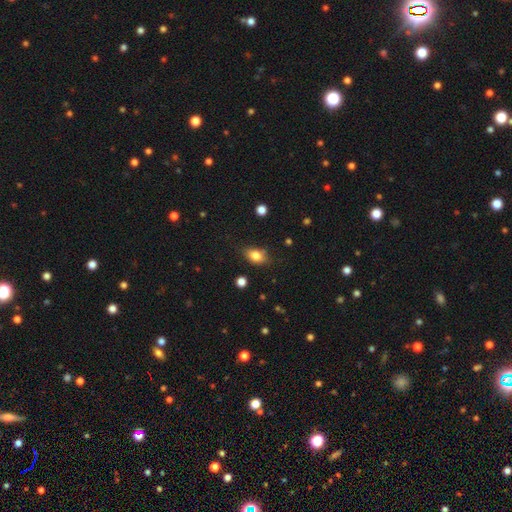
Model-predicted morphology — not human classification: Overall: smooth (80%). How rounded: in between (79%). Merging: none (74%).